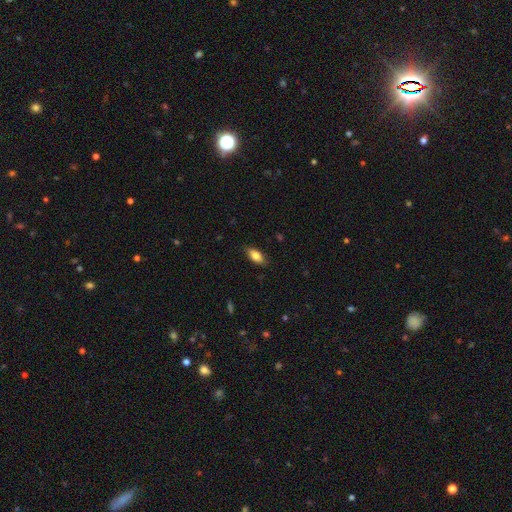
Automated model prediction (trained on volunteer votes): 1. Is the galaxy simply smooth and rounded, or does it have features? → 80% smooth, 13% featured or disk, 7% star or artifact.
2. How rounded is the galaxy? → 86% in between, 11% cigar-shaped, 3% round.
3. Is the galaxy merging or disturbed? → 84% none, 13% minor disturbance, 2% major disturbance, 1% merger.